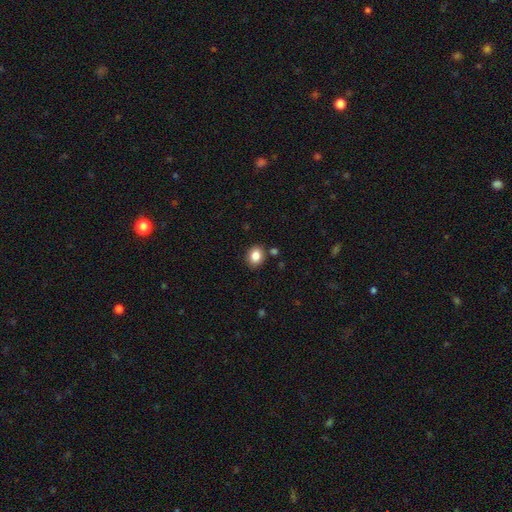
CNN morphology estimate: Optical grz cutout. It shows a smooth galaxy with no disk features (84%) that is round (58%). Merging: none (86%).